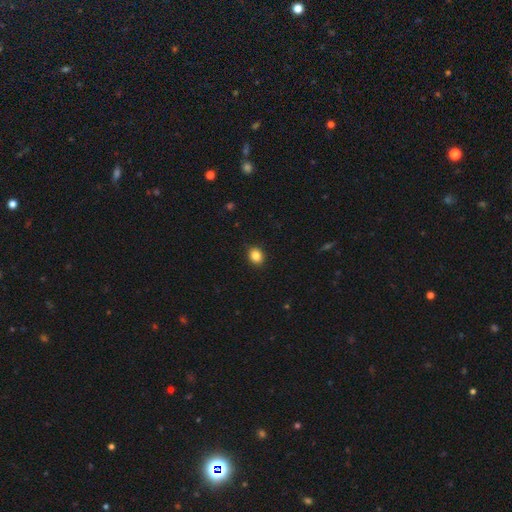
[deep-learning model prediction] smooth_or_featured: smooth (p=0.86) [alt: star or artifact p=0.10]
how_rounded: round (p=0.59) [alt: in between p=0.40]
merging: none (p=0.91) [alt: minor disturbance p=0.07]